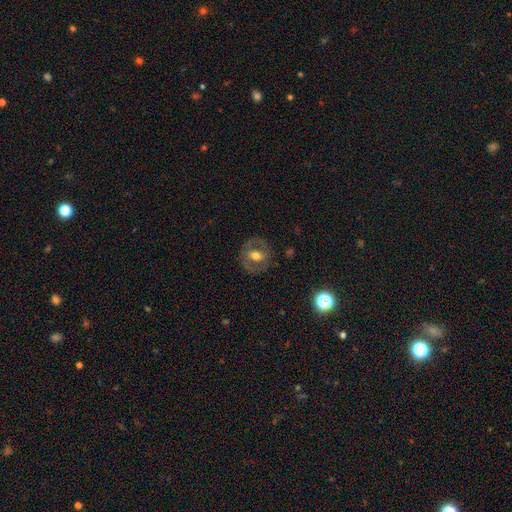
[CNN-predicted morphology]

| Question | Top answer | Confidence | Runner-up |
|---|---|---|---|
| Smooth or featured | featured or disk | 62% | smooth (31%) |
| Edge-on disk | no | 94% | yes (6%) |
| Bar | weak | 35% | no (34%) |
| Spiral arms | no | 57% | yes (43%) |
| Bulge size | moderate | 70% | small (17%) |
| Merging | none | 78% | minor disturbance (13%) |